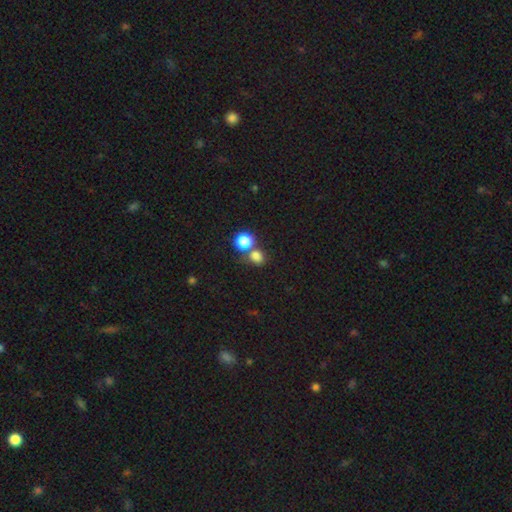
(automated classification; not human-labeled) smooth-or-featured: smooth: 79% | star or artifact: 15% | featured or disk: 7%
  how-rounded: round: 73% | in between: 26% | cigar-shaped: 1%
  merging: none: 52% | merger: 36% | minor disturbance: 8% | major disturbance: 4%